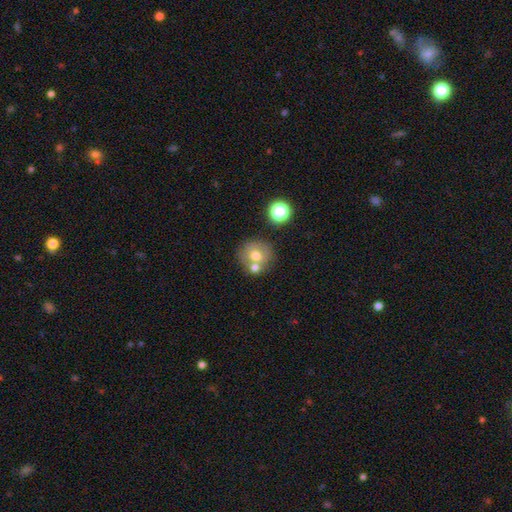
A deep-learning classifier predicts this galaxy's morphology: smooth_or_featured: smooth (p=0.67) [alt: featured or disk p=0.22]
how_rounded: round (p=0.87) [alt: in between p=0.12]
merging: none (p=0.58) [alt: merger p=0.28]